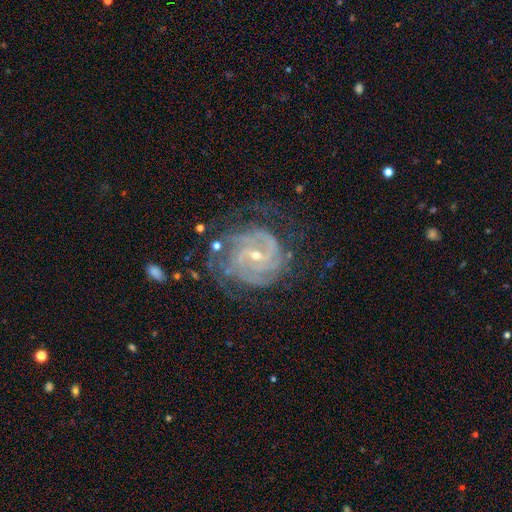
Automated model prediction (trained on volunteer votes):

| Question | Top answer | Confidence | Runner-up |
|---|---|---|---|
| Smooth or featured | featured or disk | 90% | star or artifact (6%) |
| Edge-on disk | no | 98% | yes (2%) |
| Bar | weak | 43% | no (38%) |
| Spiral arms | yes | 98% | no (2%) |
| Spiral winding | tight | 69% | medium (26%) |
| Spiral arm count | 3 | 24% | 2 (23%) |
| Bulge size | small | 72% | moderate (25%) |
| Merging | none | 65% | minor disturbance (21%) |